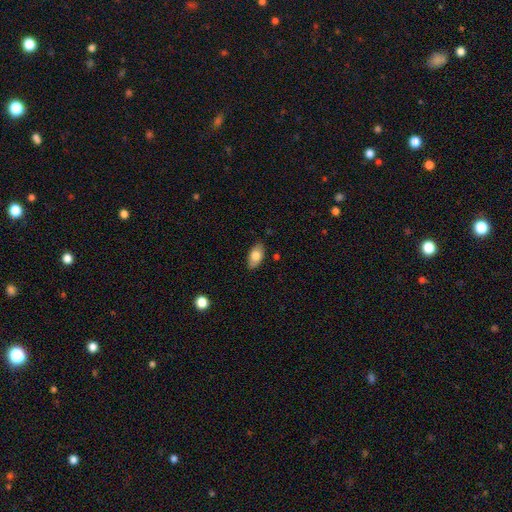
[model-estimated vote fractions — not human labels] The model was most divided on "smooth or featured": smooth: 79%, featured or disk: 15%, star or artifact: 7%. More confident: how rounded — in between (93%); merging — none (85%).